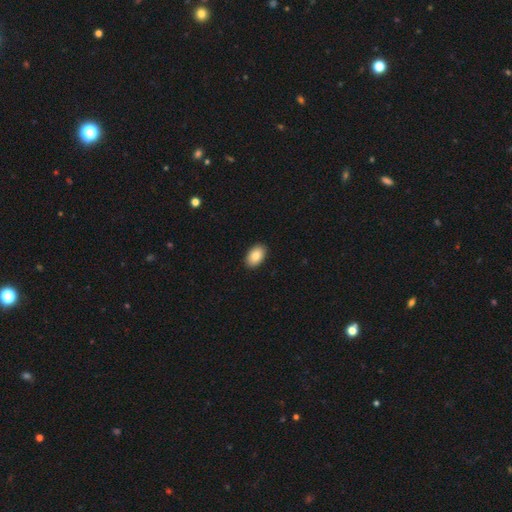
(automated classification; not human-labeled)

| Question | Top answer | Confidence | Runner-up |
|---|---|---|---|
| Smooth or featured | smooth | 85% | featured or disk (8%) |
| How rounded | in between | 91% | round (8%) |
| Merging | none | 91% | minor disturbance (7%) |